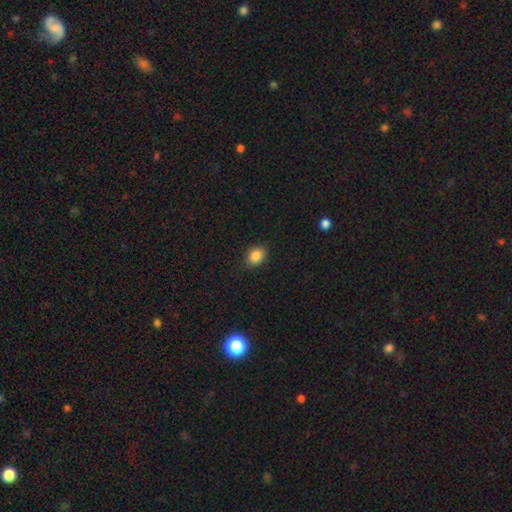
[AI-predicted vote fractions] Q: Smooth or featured?
A: smooth (86%); runner-up: star or artifact (9%)
Q: How rounded?
A: in between (63%); runner-up: round (35%)
Q: Merging?
A: none (87%); runner-up: minor disturbance (10%)